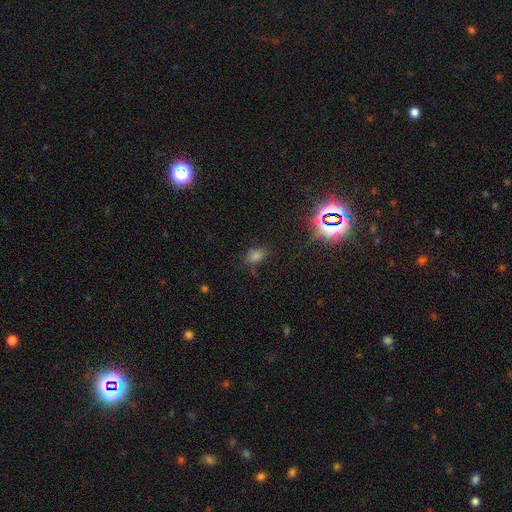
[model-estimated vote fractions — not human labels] Smooth or featured? smooth (61%)
How rounded? in between (75%)
Merging? none (72%)